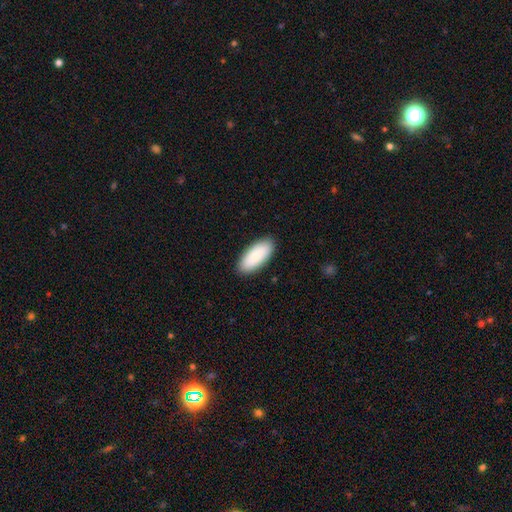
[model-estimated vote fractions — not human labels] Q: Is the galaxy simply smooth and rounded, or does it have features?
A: smooth — 83%.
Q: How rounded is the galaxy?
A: in between — 89%.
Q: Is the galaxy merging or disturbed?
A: none — 88%.